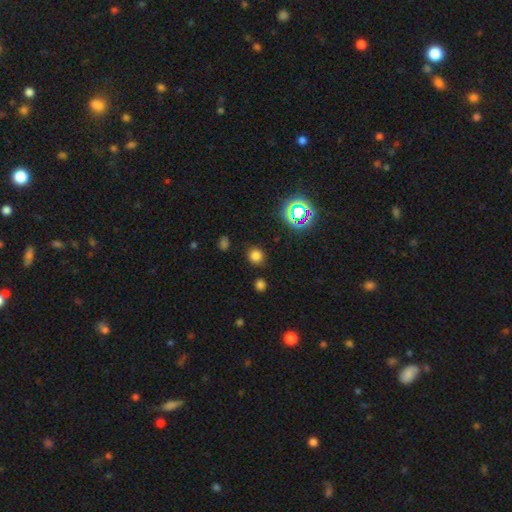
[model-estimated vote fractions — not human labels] Smooth or featured?
  - smooth: 74% *
  - star or artifact: 21%
  - featured or disk: 5%
How rounded?
  - round: 86% *
  - in between: 13%
  - cigar-shaped: 1%
Merging?
  - none: 85% *
  - minor disturbance: 9%
  - major disturbance: 3%
  - merger: 3%